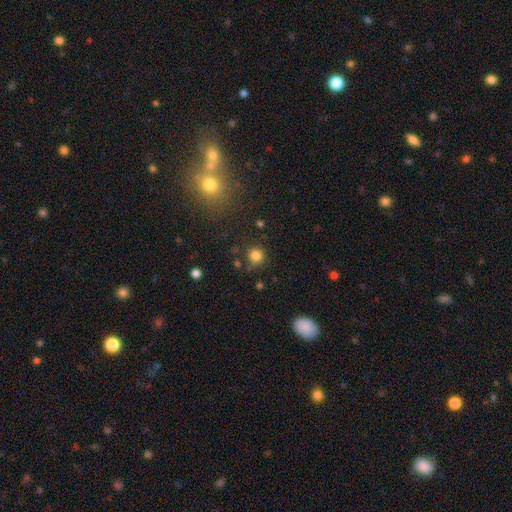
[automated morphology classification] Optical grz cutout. It shows a smooth galaxy with no disk features (82%) that is round (89%). Merging: none (78%).